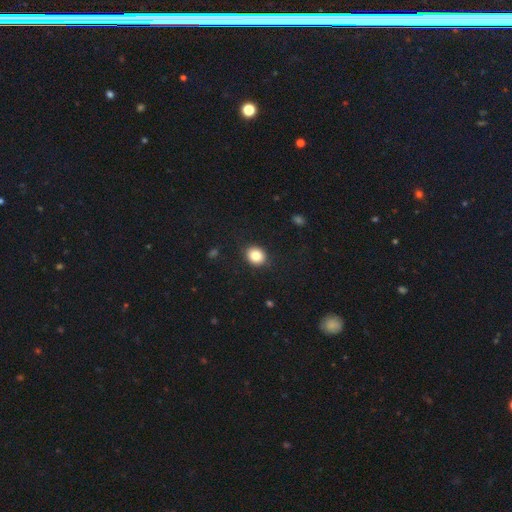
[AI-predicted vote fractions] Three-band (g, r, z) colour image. It shows a smooth galaxy with no disk features (84%) that is round (68%). Merging: none (89%).